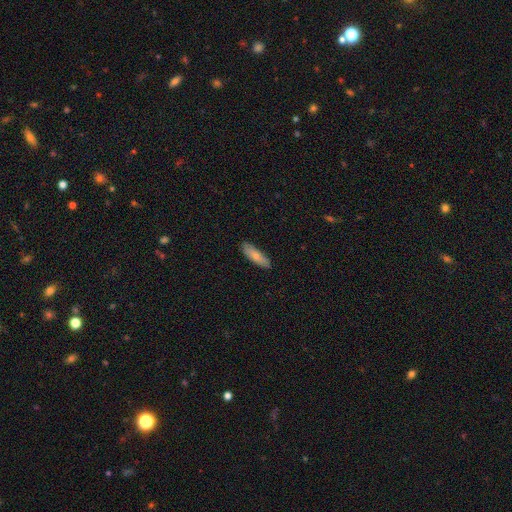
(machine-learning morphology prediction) A smooth galaxy with no disk features (73%) that is in between round and cigar-shaped (49%, tied with cigar-shaped). Merging: none (86%).